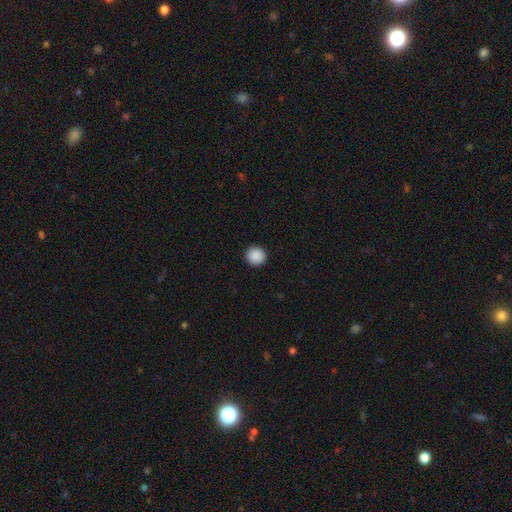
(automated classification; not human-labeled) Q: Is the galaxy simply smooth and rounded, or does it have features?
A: smooth — 90%.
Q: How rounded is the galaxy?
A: round — 95%.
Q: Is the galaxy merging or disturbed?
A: none — 94%.